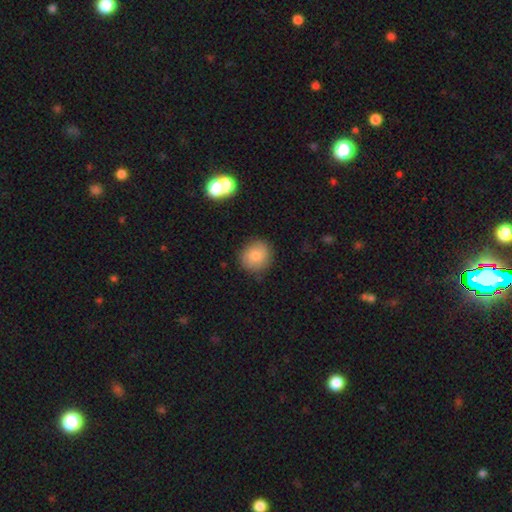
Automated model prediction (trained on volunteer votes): This appears to be a smooth galaxy with no disk features (83%) that is round (85%). Merging: none (85%).